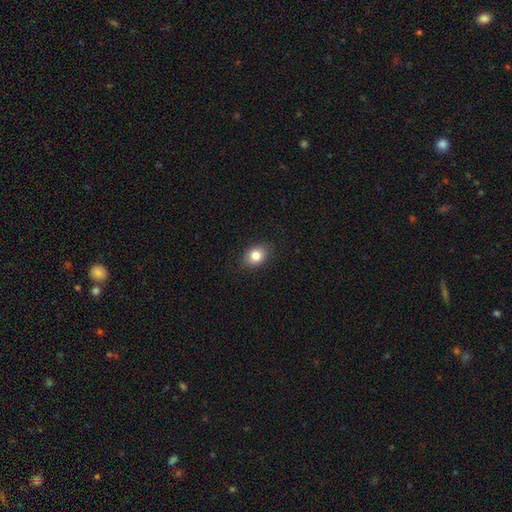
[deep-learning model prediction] Smooth or featured: smooth — 82% (featured or disk — 9%)
How rounded: in between — 71% (round — 28%)
Merging: none — 87% (minor disturbance — 10%)